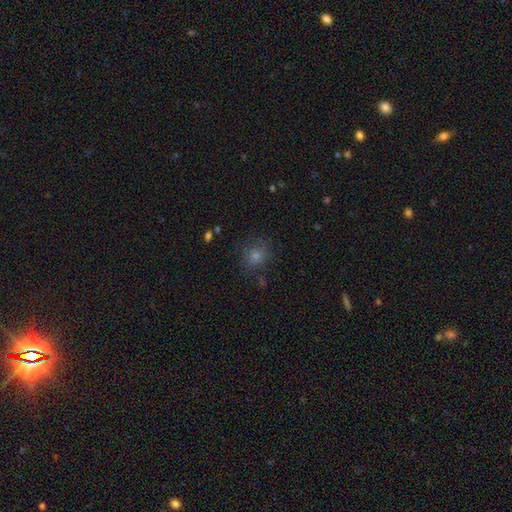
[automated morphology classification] smooth-or-featured: smooth: 57% | star or artifact: 29% | featured or disk: 14%
  how-rounded: round: 84% | in between: 15% | cigar-shaped: 1%
  merging: none: 81% | minor disturbance: 12% | major disturbance: 5% | merger: 2%